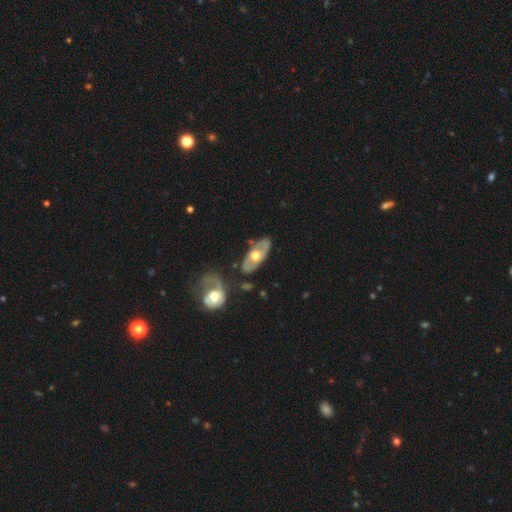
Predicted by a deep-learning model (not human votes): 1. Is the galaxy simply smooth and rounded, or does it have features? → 65% featured or disk, 31% smooth, 4% star or artifact.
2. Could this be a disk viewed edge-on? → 81% no, 19% yes.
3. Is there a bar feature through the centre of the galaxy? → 84% no, 12% weak, 4% strong.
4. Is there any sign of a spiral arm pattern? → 61% no, 39% yes.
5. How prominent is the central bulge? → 70% moderate, 23% large, 5% small, 1% dominant, 1% none.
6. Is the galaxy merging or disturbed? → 76% none, 14% minor disturbance, 6% merger, 4% major disturbance.